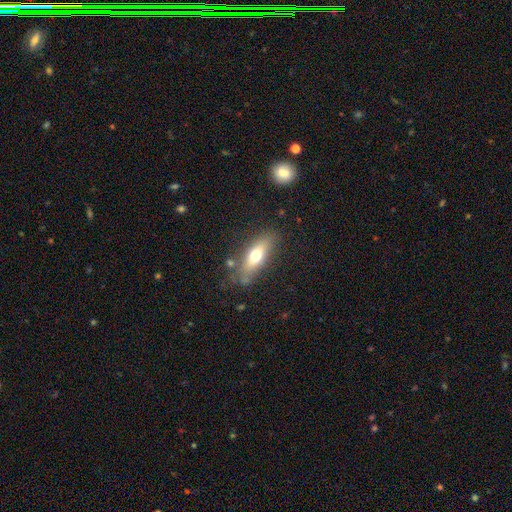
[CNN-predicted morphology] Smooth or featured?
  - smooth: 61% *
  - featured or disk: 32%
  - star or artifact: 7%
How rounded?
  - in between: 56% *
  - cigar-shaped: 40%
  - round: 3%
Merging?
  - none: 74% *
  - minor disturbance: 17%
  - major disturbance: 5%
  - merger: 4%